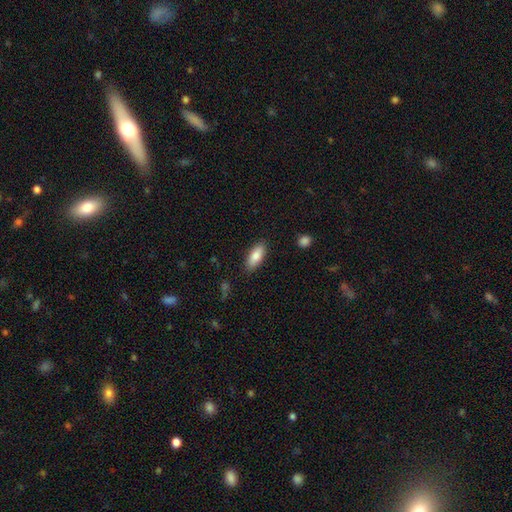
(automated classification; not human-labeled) Smooth or featured: smooth — 83% (featured or disk — 11%)
How rounded: in between — 80% (cigar-shaped — 18%)
Merging: none — 87% (minor disturbance — 10%)